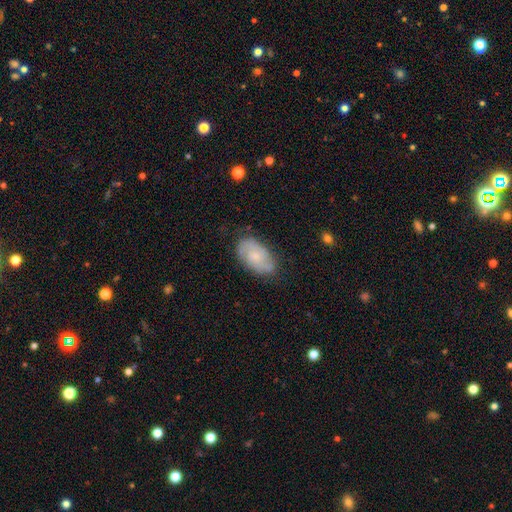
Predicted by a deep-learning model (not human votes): The model was most divided on "smooth or featured": featured or disk: 55%, smooth: 38%, star or artifact: 7%. More confident: edge-on disk — no (96%); spiral arms — yes (85%); bar — no (71%); merging — none (70%); bulge size — small (57%).